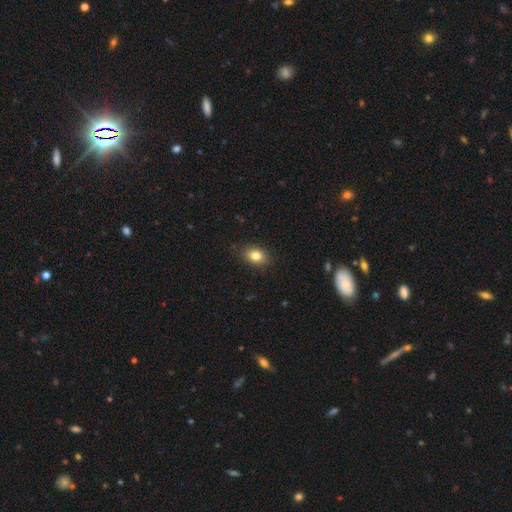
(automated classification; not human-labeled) This is clearly a smooth galaxy (82%). How rounded: likely in between (71%). Merging: clearly none (88%).